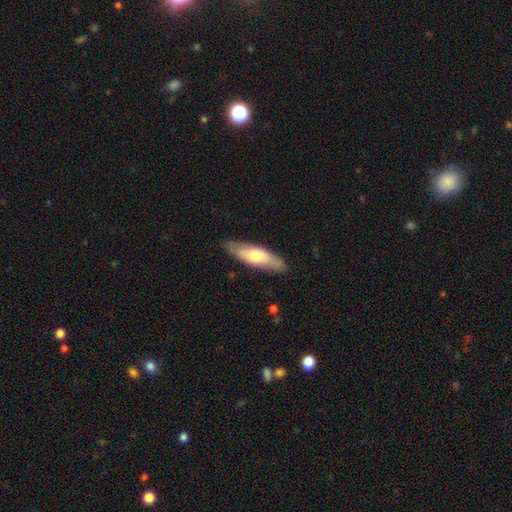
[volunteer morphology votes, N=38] Smooth or featured?
  - smooth: 50% *
  - featured or disk: 45%
  - star or artifact: 5%
How rounded?
  - cigar-shaped: 53% *
  - in between: 37%
  - round: 11%
Merging?
  - none: 89% *
  - minor disturbance: 6%
  - major disturbance: 3%
  - merger: 3%